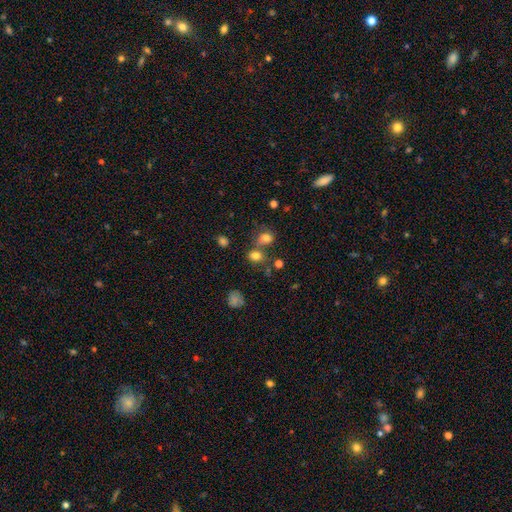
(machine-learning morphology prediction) A smooth galaxy with no disk features (76%) that is in between round and cigar-shaped (53%).

Vote fractions:
- Smooth or featured? smooth: 76% / star or artifact: 15% / featured or disk: 9%
- How rounded? in between: 53% / round: 45% / cigar-shaped: 2%
- Merging? none: 47% / merger: 36% / minor disturbance: 11% / major disturbance: 6%